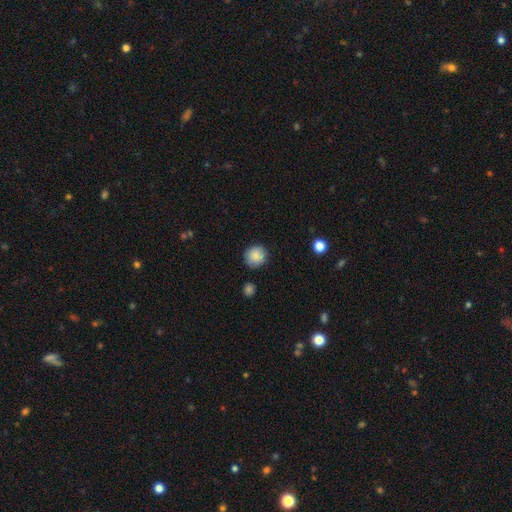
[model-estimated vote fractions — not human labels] Smooth or featured?
  - smooth: 87% *
  - star or artifact: 8%
  - featured or disk: 5%
How rounded?
  - round: 92% *
  - in between: 7%
  - cigar-shaped: 1%
Merging?
  - none: 88% *
  - minor disturbance: 8%
  - major disturbance: 2%
  - merger: 2%